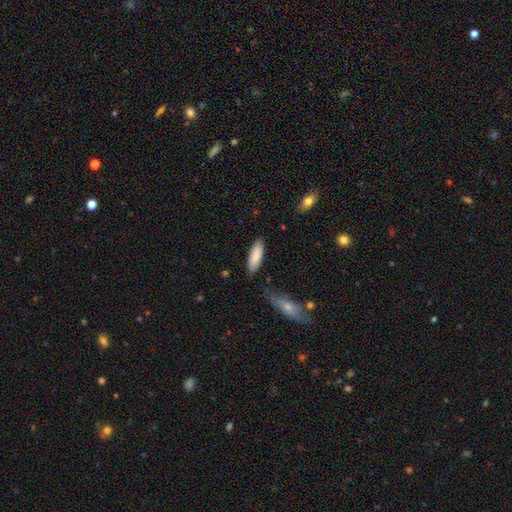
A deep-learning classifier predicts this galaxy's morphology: smooth 88%, featured or disk 7%, star or artifact 5%. Down the decision tree: how rounded — in between (55%); merging — none (84%).